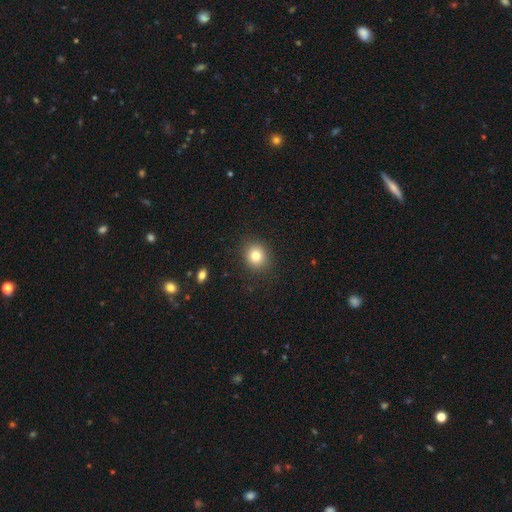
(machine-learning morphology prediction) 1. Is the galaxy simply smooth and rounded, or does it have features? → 80% smooth, 11% star or artifact, 8% featured or disk.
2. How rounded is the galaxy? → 78% round, 21% in between, 1% cigar-shaped.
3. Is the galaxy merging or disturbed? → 89% none, 8% minor disturbance, 3% major disturbance, 1% merger.